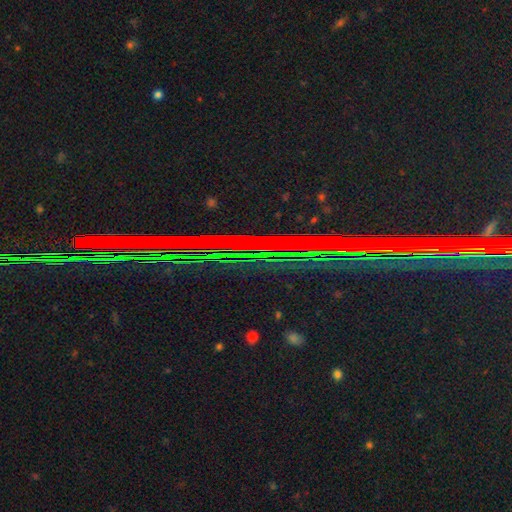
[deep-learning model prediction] The model was most divided on "smooth or featured": star or artifact: 83%, featured or disk: 11%, smooth: 6%.